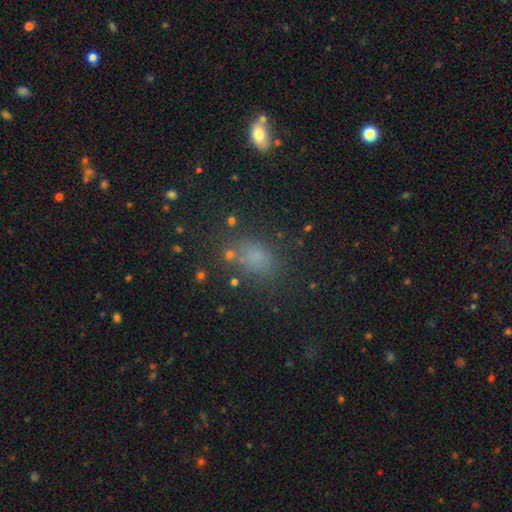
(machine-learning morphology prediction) The model was most divided on "how rounded": in between: 73%, round: 25%, cigar-shaped: 2%. More confident: merging — none (72%); smooth or featured — smooth (71%).